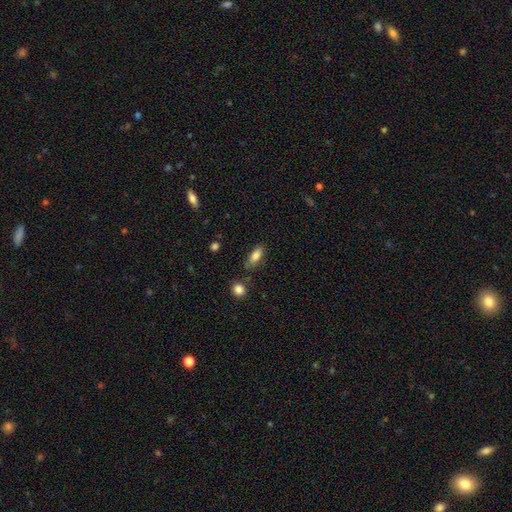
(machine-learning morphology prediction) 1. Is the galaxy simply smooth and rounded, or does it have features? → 79% smooth, 13% featured or disk, 7% star or artifact.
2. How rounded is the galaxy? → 73% in between, 24% cigar-shaped, 3% round.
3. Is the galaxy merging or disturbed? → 73% none, 18% minor disturbance, 5% merger, 4% major disturbance.